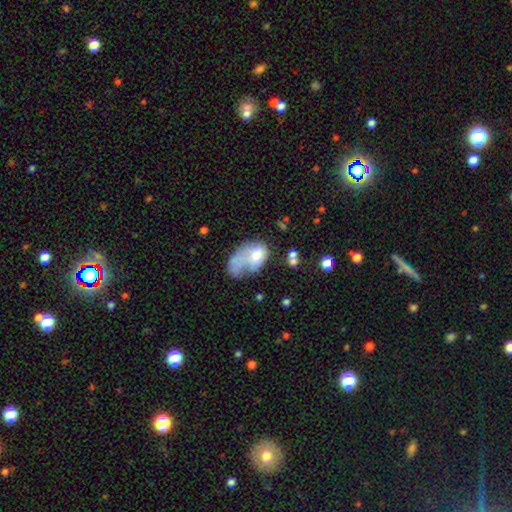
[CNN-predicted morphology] Overall: smooth (60%; featured or disk 31%). How rounded: in between (85%). Merging: major disturbance (44%; merger 26%).